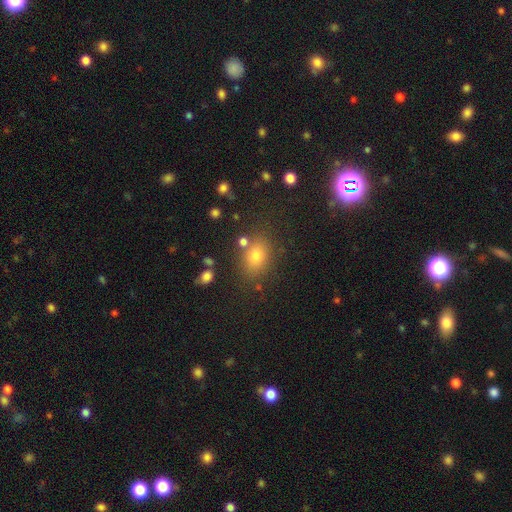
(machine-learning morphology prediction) smooth_or_featured: smooth (p=0.72) [alt: star or artifact p=0.17]
how_rounded: in between (p=0.64) [alt: round p=0.34]
merging: none (p=0.77) [alt: minor disturbance p=0.11]